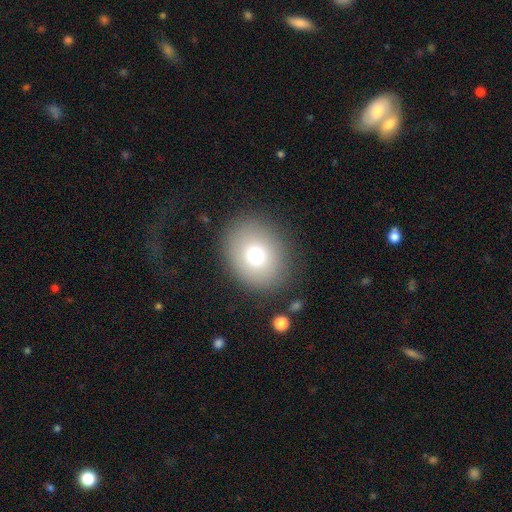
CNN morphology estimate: Smooth or featured: smooth — 73% (featured or disk — 14%)
How rounded: round — 58% (in between — 41%)
Merging: none — 86% (minor disturbance — 8%)